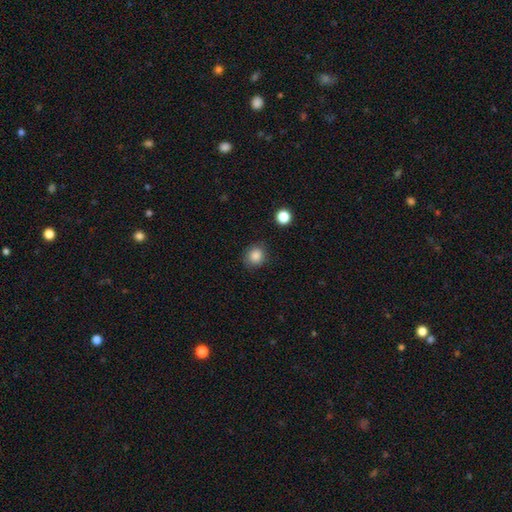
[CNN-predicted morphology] Q: Smooth or featured?
A: smooth (86%); runner-up: star or artifact (10%)
Q: How rounded?
A: round (81%); runner-up: in between (18%)
Q: Merging?
A: none (84%); runner-up: minor disturbance (11%)